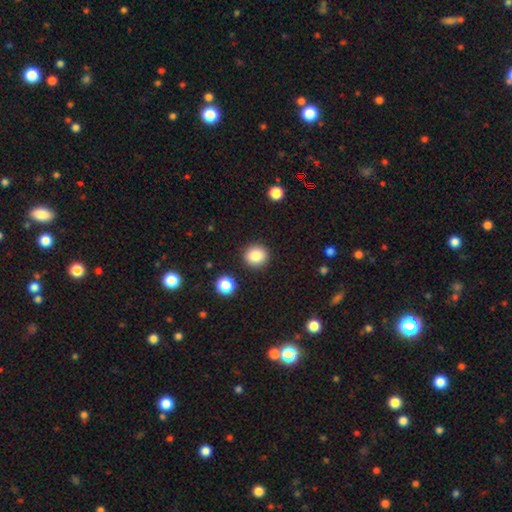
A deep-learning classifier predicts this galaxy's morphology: smooth-or-featured: smooth: 85% | star or artifact: 10% | featured or disk: 5%
  how-rounded: round: 91% | in between: 8% | cigar-shaped: 1%
  merging: none: 90% | minor disturbance: 6% | merger: 2% | major disturbance: 2%